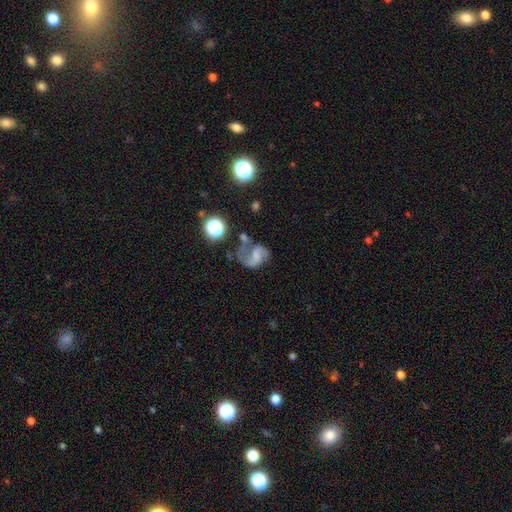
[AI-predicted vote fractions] Smooth or featured?
  - featured or disk: 73% *
  - smooth: 17%
  - star or artifact: 10%
Edge-on disk?
  - no: 98% *
  - yes: 2%
Bar?
  - weak: 46% *
  - no: 38%
  - strong: 16%
Spiral arms?
  - yes: 91% *
  - no: 9%
Spiral winding?
  - medium: 45% *
  - loose: 44%
  - tight: 11%
Spiral arm count?
  - 2: 82% *
  - 1: 11%
  - can't tell: 5%
  - 3: 1%
  - 4: 1%
  - more than 4: 1%
Bulge size?
  - none: 40% *
  - small: 31%
  - moderate: 22%
  - large: 6%
  - dominant: 2%
Merging?
  - none: 44% *
  - major disturbance: 23%
  - minor disturbance: 21%
  - merger: 12%